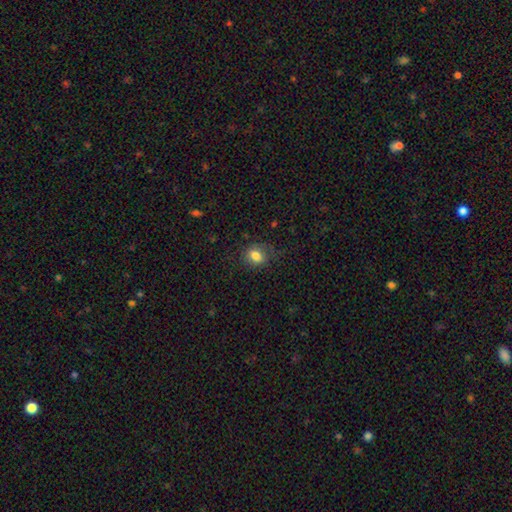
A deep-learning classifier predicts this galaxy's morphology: type=smooth (81%); roundness=in between (54%); merging=none (75%).